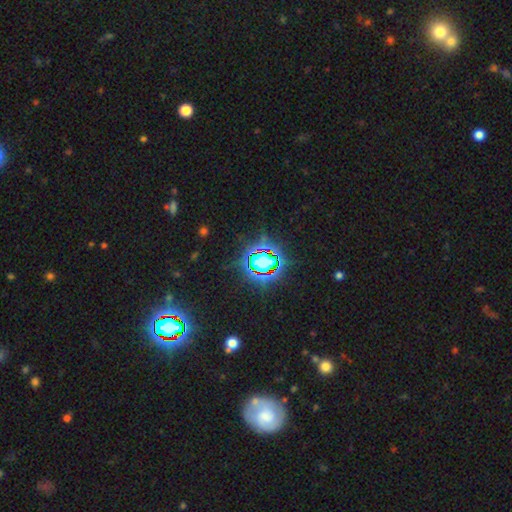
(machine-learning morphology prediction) star or artifact 77%, smooth 15%, featured or disk 8%.